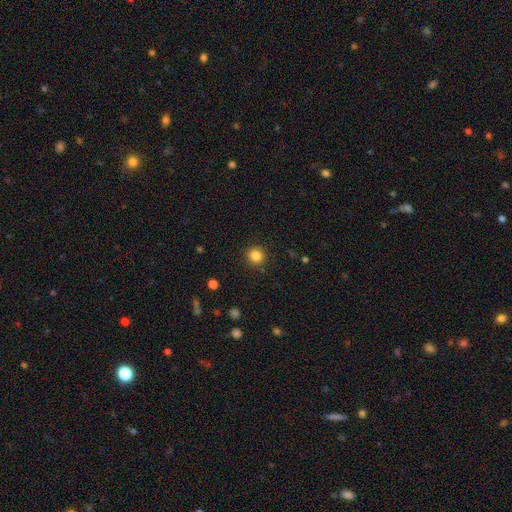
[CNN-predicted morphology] A smooth galaxy with no disk features (84%) that is round (93%).

Vote fractions:
- Smooth or featured? smooth: 84% / star or artifact: 11% / featured or disk: 4%
- How rounded? round: 93% / in between: 6% / cigar-shaped: 1%
- Merging? none: 91% / minor disturbance: 6% / major disturbance: 2% / merger: 1%